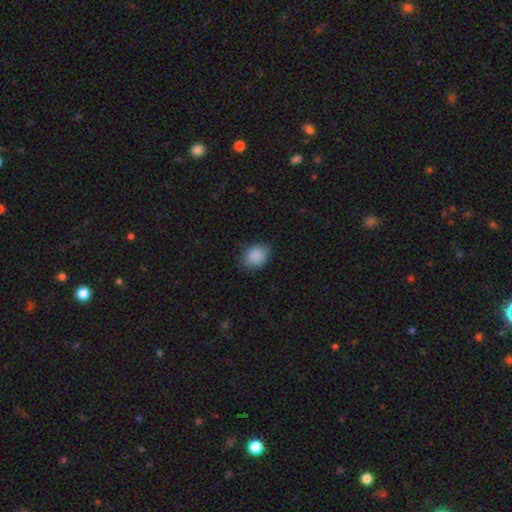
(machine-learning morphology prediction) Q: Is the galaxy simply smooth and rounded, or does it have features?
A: smooth — 89%.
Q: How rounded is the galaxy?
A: in between — 52%.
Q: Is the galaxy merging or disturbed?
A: none — 77%.